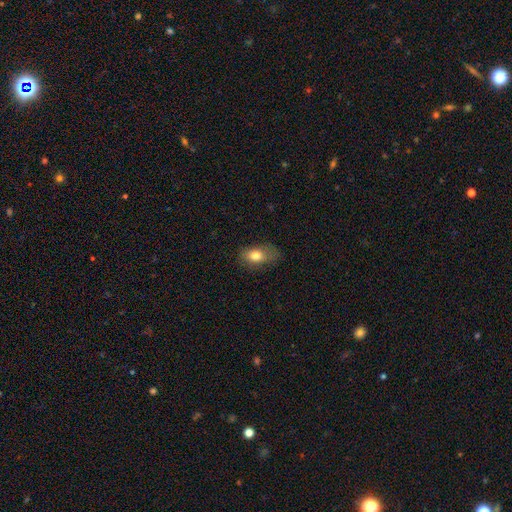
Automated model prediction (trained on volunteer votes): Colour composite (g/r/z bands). It shows a smooth galaxy with no disk features (78%) that is in between round and cigar-shaped (86%). Merging: none (62%).